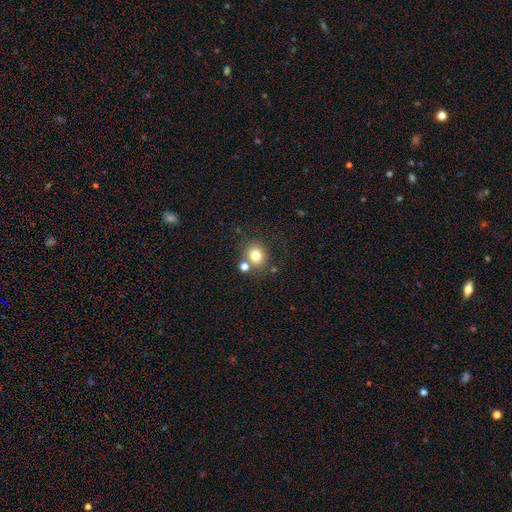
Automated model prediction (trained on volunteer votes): Smooth or featured: smooth — 78% (star or artifact — 13%)
How rounded: round — 79% (in between — 20%)
Merging: none — 69% (merger — 17%)